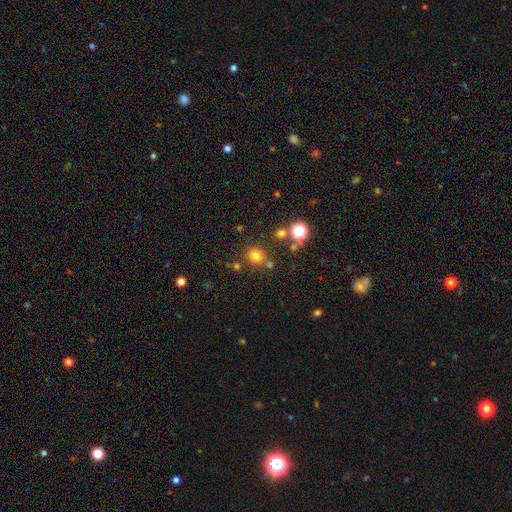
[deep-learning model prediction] Smooth or featured? smooth (75%)
How rounded? round (82%)
Merging? none (78%)